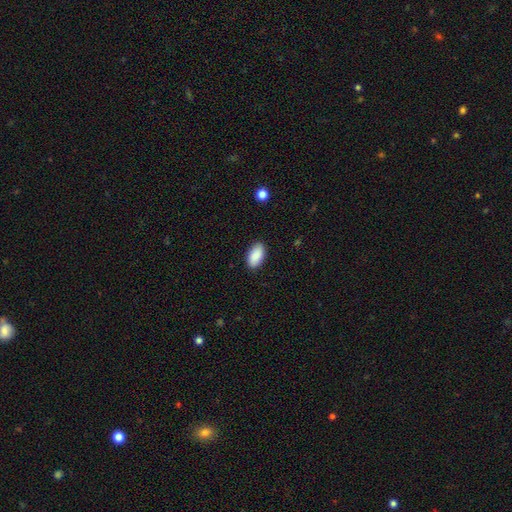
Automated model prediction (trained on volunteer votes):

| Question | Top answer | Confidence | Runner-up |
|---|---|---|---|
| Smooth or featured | smooth | 89% | star or artifact (6%) |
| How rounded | in between | 94% | round (3%) |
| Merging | none | 88% | minor disturbance (8%) |